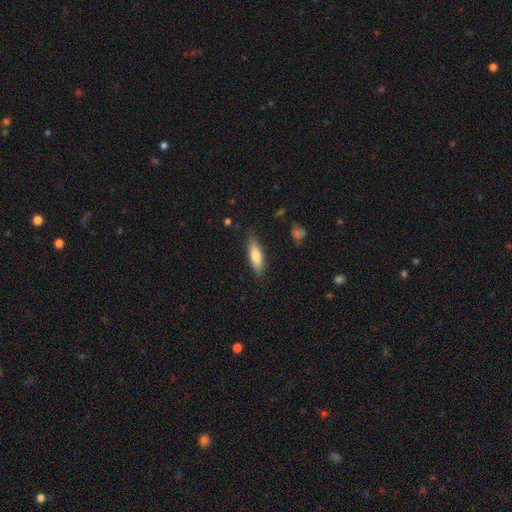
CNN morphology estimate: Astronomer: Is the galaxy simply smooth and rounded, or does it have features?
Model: smooth — 75%.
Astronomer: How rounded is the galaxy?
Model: cigar-shaped — 50% (runner-up: in between, 48%).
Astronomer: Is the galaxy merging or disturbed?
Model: none — 84%.